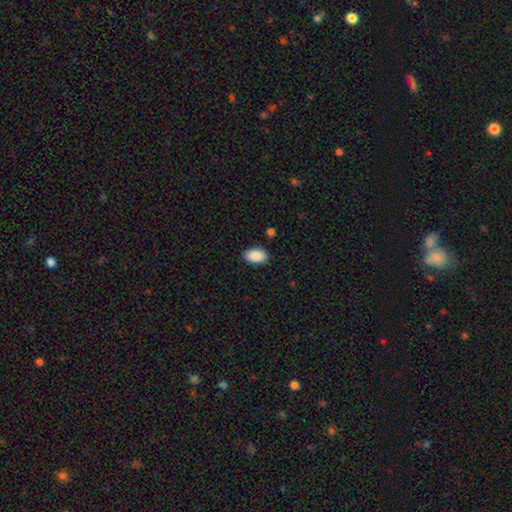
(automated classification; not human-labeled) The model was most divided on "merging": none: 87%, minor disturbance: 10%, major disturbance: 2%, merger: 1%. More confident: how rounded — in between (93%); smooth or featured — smooth (90%).